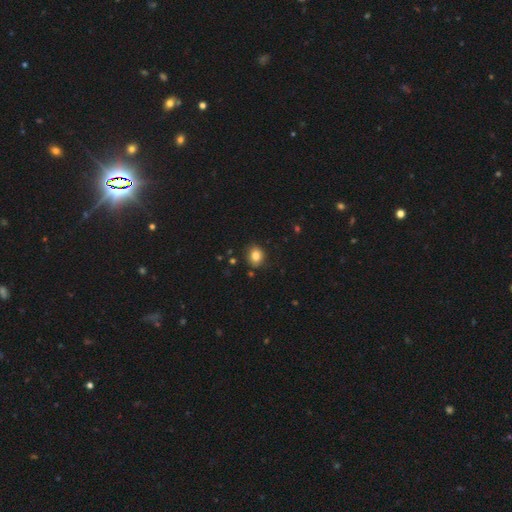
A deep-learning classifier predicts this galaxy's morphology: A smooth galaxy with no disk features (83%) that is round (61%). Merging: none (85%).